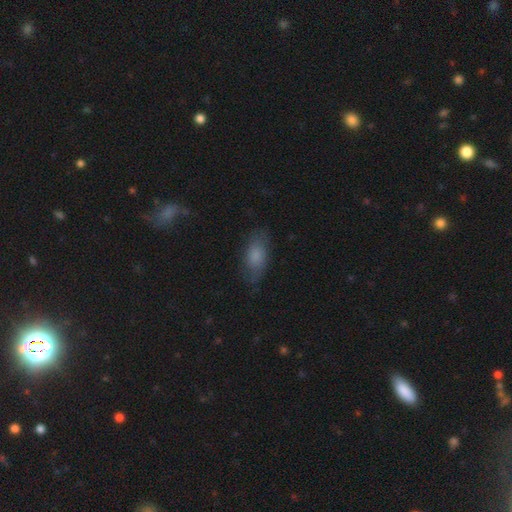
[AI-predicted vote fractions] Smooth or featured? Predicted: smooth (p=0.76). How rounded? Predicted: in between (p=0.87). Merging? Predicted: none (p=0.72).